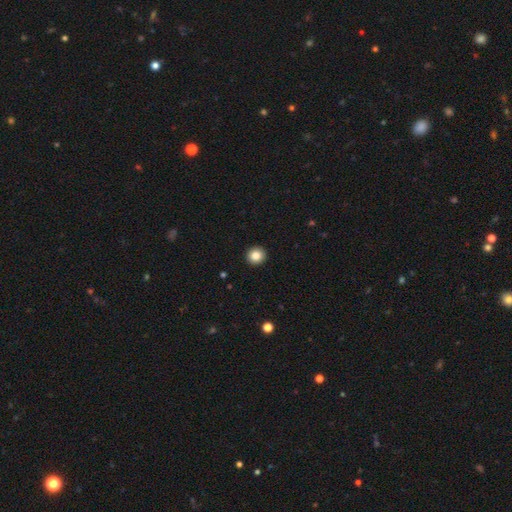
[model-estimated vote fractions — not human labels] The model was most divided on "smooth or featured": smooth: 86%, star or artifact: 9%, featured or disk: 5%. More confident: merging — none (93%); how rounded — round (93%).